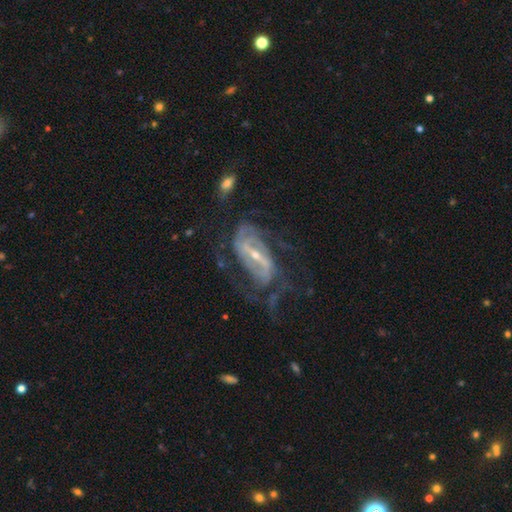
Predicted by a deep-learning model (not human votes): Morphology: type=featured or disk (88%); edge-on=no (94%); bar=strong (60%); spiral arms=yes (93%); winding=medium (43%); arm count=2 (55%); bulge=small (62%); merging=none (52%).